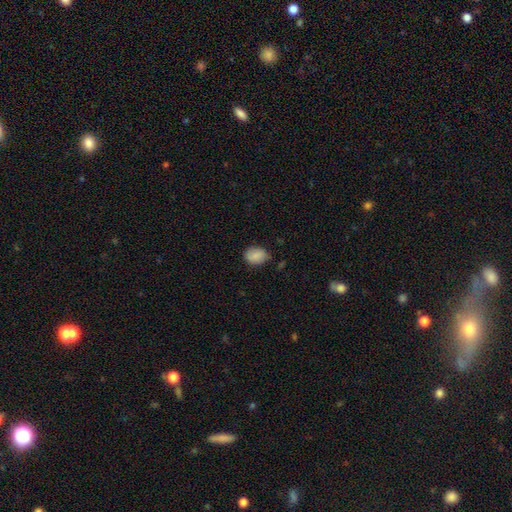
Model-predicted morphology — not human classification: A smooth galaxy with no disk features (86%) that is in between round and cigar-shaped (71%). Merging: none (75%).